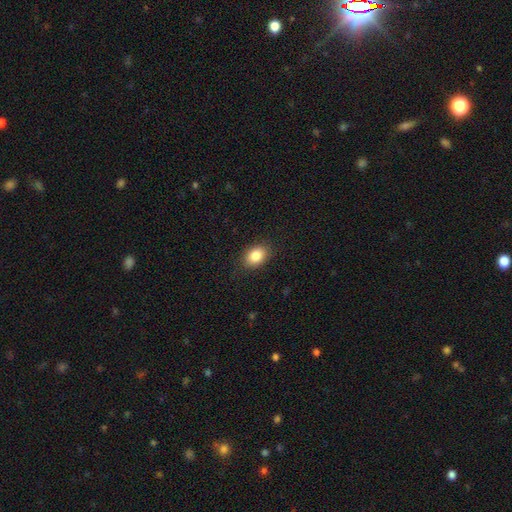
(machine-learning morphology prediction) Smooth or featured: smooth — 86% (star or artifact — 8%)
How rounded: in between — 75% (round — 24%)
Merging: none — 87% (minor disturbance — 10%)